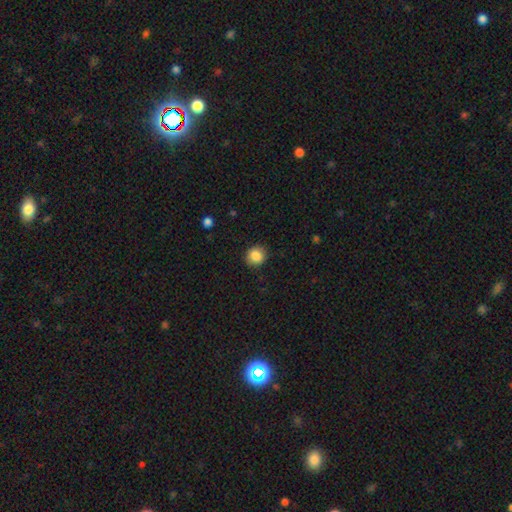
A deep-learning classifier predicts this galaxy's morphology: Smooth or featured: smooth — 86% (star or artifact — 9%)
How rounded: round — 85% (in between — 15%)
Merging: none — 87% (minor disturbance — 9%)